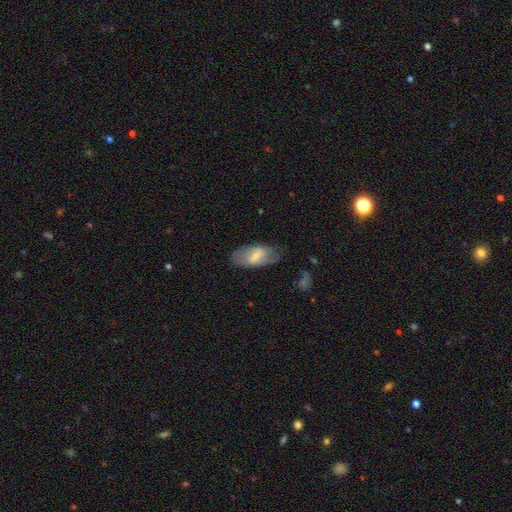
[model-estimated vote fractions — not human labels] This is possibly a featured or disk galaxy (48%). Merging: likely none (69%).